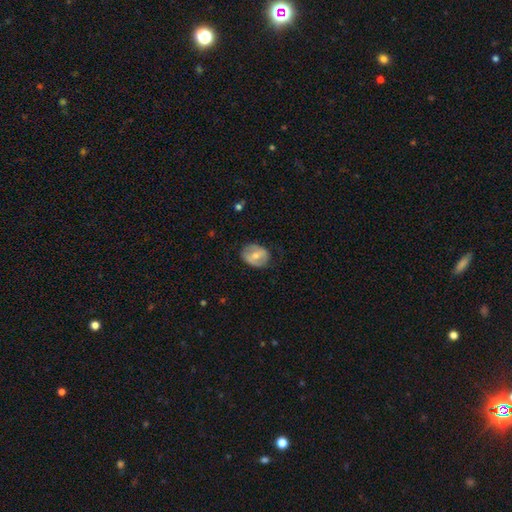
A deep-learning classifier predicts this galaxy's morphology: smooth-or-featured: smooth: 48% | featured or disk: 45% | star or artifact: 7%
  merging: none: 75% | minor disturbance: 19% | major disturbance: 5% | merger: 1%